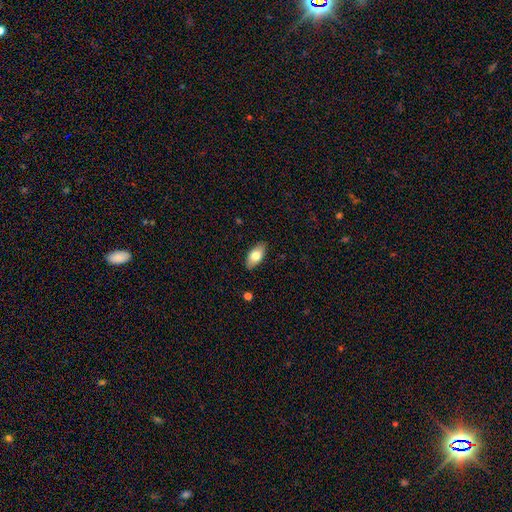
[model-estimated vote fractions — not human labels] Morphology: type=smooth (73%); roundness=in between (91%); merging=none (87%).